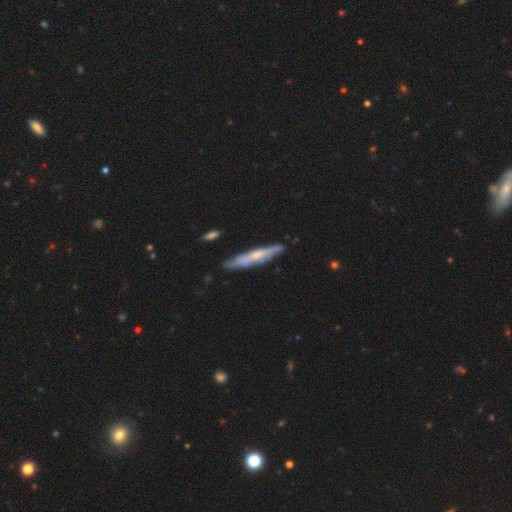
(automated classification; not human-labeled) A featured or disk galaxy (56%) viewed edge-on (78%).

Vote fractions:
- Smooth or featured? featured or disk: 56% / smooth: 38% / star or artifact: 6%
- Edge-on disk? yes: 78% / no: 22%
- Merging? none: 79% / minor disturbance: 16% / major disturbance: 3% / merger: 2%